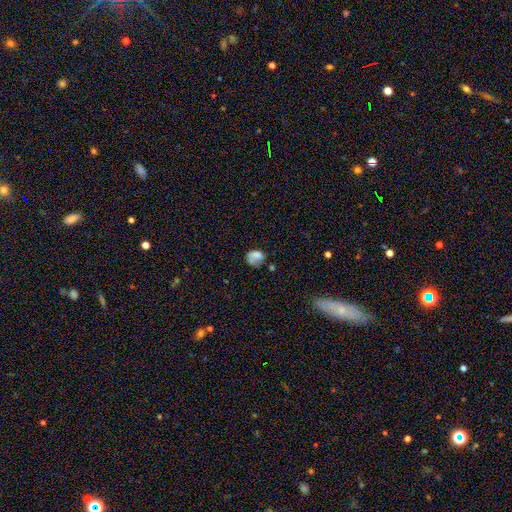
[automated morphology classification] The model was most divided on "merging": none: 37%, major disturbance: 29%, minor disturbance: 25%, merger: 9%. More confident: smooth or featured — smooth (62%); how rounded — in between (56%).